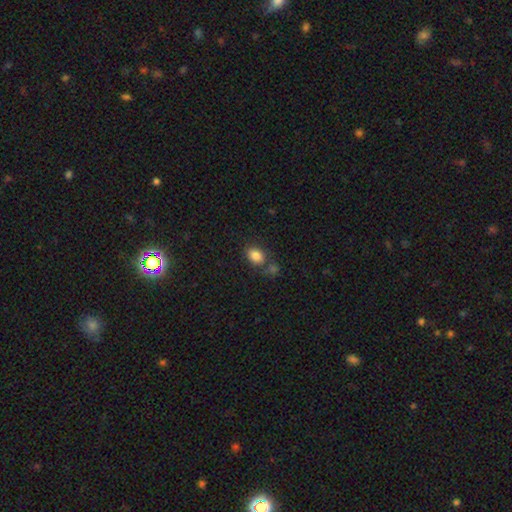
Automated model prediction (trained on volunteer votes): This appears to be a smooth galaxy with no disk features (83%) that is in between round and cigar-shaped (76%). Merging: none (62%).